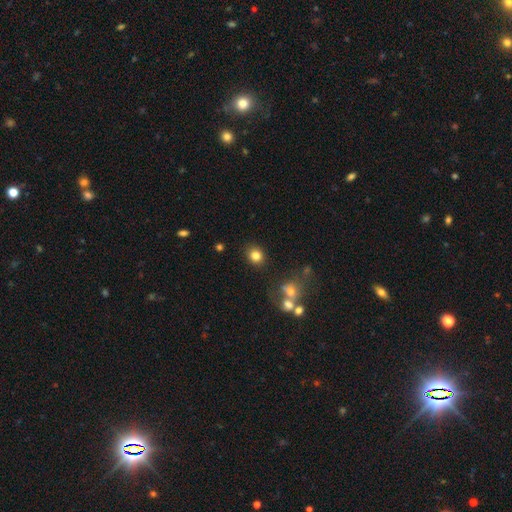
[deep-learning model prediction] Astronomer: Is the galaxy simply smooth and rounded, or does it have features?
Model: smooth — 82%.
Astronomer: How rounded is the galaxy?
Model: round — 76%.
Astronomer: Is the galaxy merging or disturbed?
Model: none — 84%.